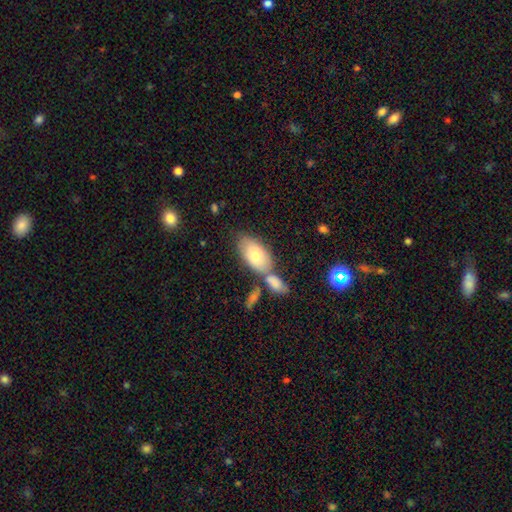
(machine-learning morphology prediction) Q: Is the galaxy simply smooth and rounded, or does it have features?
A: smooth — 73%.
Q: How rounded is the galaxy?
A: in between — 93%.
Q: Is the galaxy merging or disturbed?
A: none — 53%.